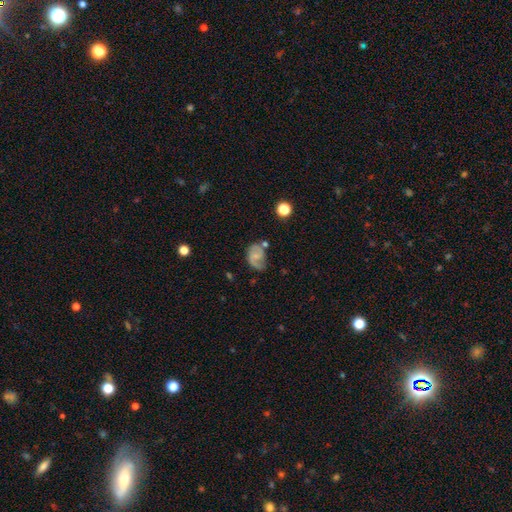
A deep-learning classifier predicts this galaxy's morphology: Smooth or featured?
  - featured or disk: 57% *
  - smooth: 34%
  - star or artifact: 9%
Edge-on disk?
  - no: 97% *
  - yes: 3%
Bar?
  - no: 52% *
  - weak: 40%
  - strong: 8%
Spiral arms?
  - yes: 85% *
  - no: 15%
Bulge size?
  - small: 50% *
  - none: 29%
  - moderate: 17%
  - large: 2%
  - dominant: 1%
Merging?
  - none: 49% *
  - minor disturbance: 28%
  - major disturbance: 15%
  - merger: 8%